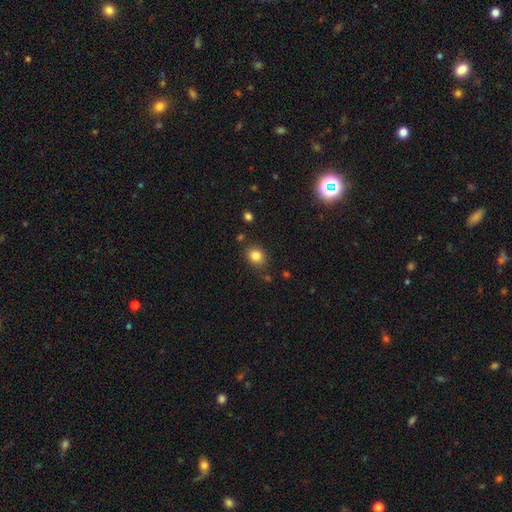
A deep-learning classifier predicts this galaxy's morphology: smooth_or_featured: smooth (p=0.84) [alt: star or artifact p=0.11]
how_rounded: round (p=0.64) [alt: in between p=0.35]
merging: none (p=0.82) [alt: minor disturbance p=0.11]